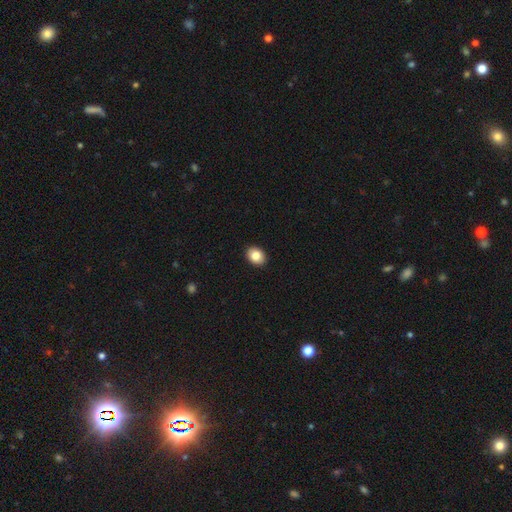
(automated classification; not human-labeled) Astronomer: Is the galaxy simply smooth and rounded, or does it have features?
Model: smooth — 85%.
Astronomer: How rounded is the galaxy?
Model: in between — 64%.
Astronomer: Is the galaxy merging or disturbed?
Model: none — 92%.